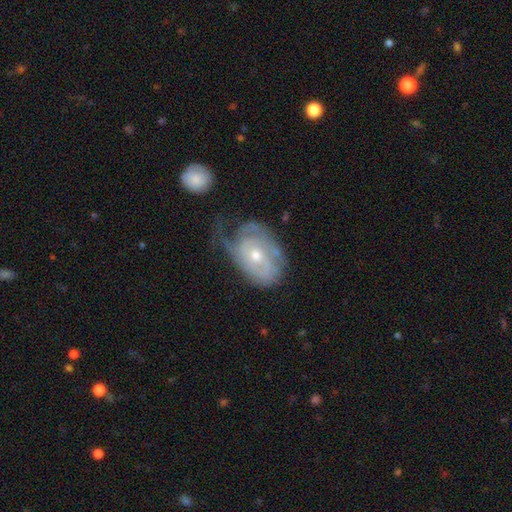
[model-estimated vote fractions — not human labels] featured or disk 77%, smooth 17%, star or artifact 6%. Down the decision tree: edge-on disk — no (96%); bar — no (73%); spiral arms — yes (87%); spiral arm count — can't tell (40%); spiral winding — tight (58%); bulge size — moderate (50%); merging — none (37%).